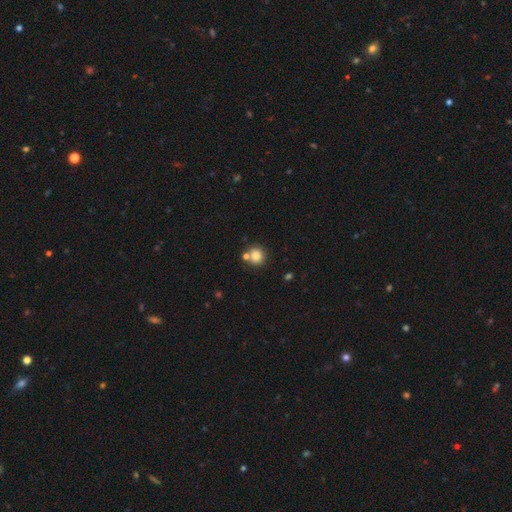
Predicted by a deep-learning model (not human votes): A smooth galaxy with no disk features (82%) that is round (83%). Merging: none (64%).